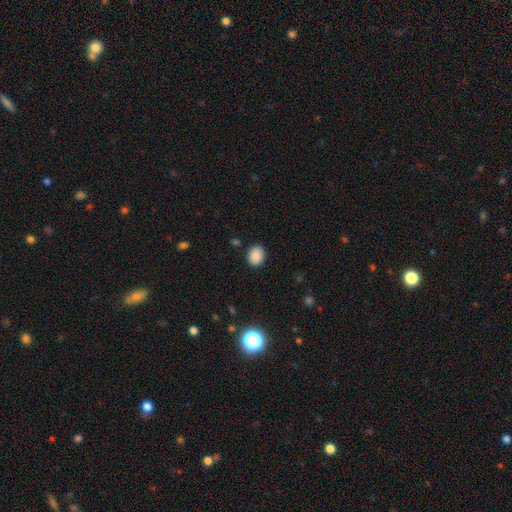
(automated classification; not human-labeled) Smooth or featured: smooth — 88% (star or artifact — 9%)
How rounded: round — 51% (in between — 48%)
Merging: none — 87% (minor disturbance — 9%)